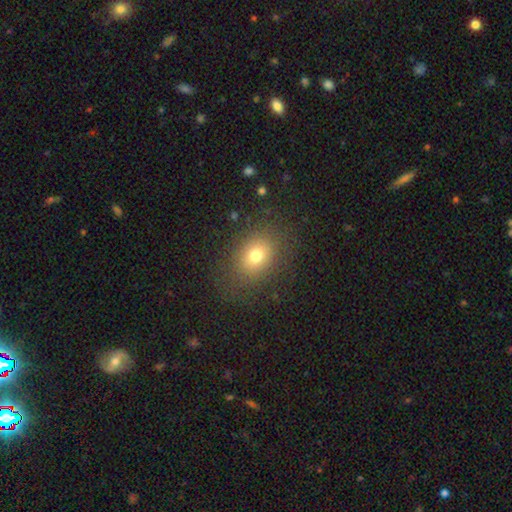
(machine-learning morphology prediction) Q: Smooth or featured?
A: smooth (75%); runner-up: star or artifact (13%)
Q: How rounded?
A: in between (65%); runner-up: round (34%)
Q: Merging?
A: none (82%); runner-up: minor disturbance (11%)